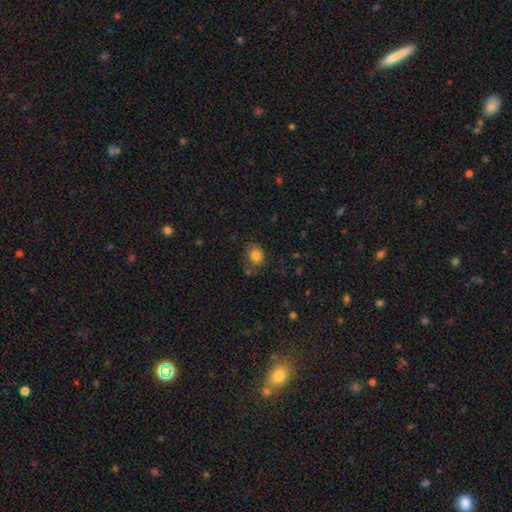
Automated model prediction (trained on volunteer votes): smooth 82%, star or artifact 11%, featured or disk 8%. Down the decision tree: how rounded — round (67%); merging — none (71%).